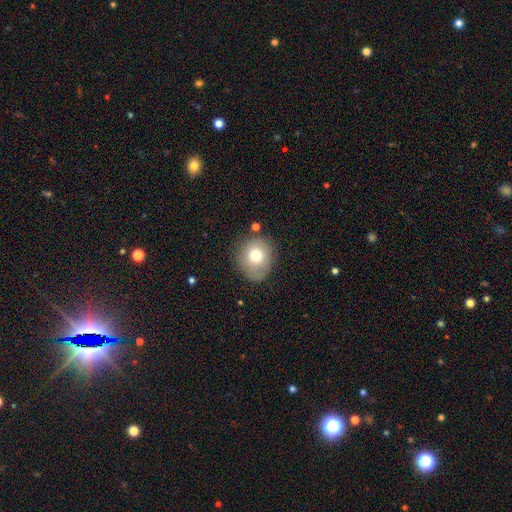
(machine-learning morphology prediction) This appears to be a smooth galaxy with no disk features (73%) that is round (69%). Merging: none (73%).